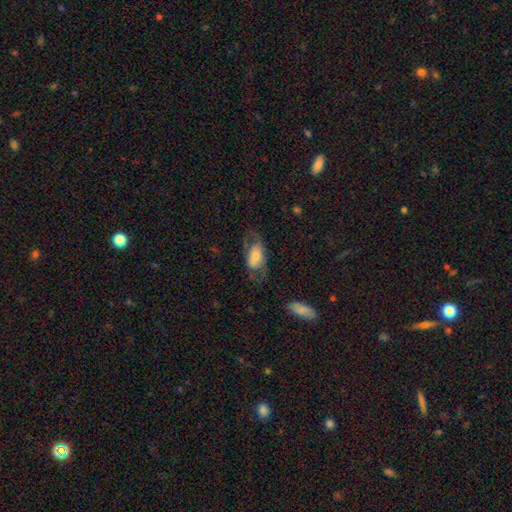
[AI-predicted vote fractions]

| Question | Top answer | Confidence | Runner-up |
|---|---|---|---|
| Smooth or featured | featured or disk | 47% | smooth (46%) |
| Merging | none | 56% | major disturbance (22%) |